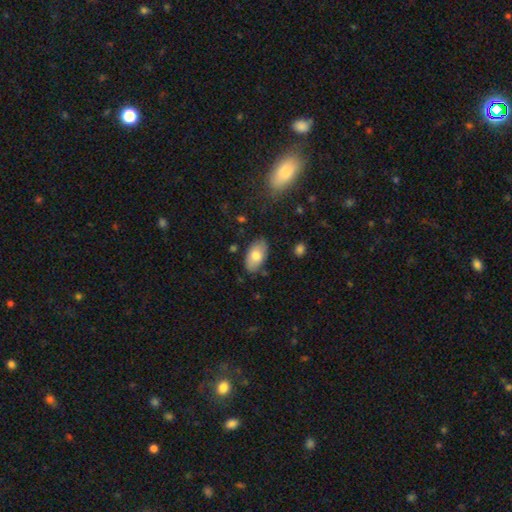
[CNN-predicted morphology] Smooth or featured? smooth (74%)
How rounded? in between (94%)
Merging? none (81%)